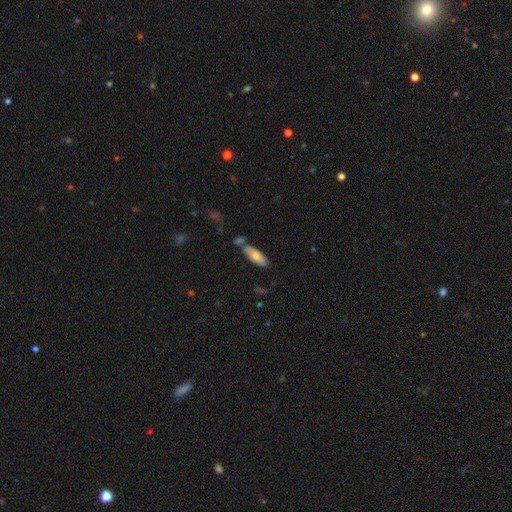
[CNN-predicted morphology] smooth-or-featured: smooth: 74% | featured or disk: 20% | star or artifact: 6%
  how-rounded: in between: 74% | cigar-shaped: 24% | round: 2%
  merging: none: 69% | minor disturbance: 15% | merger: 13% | major disturbance: 3%